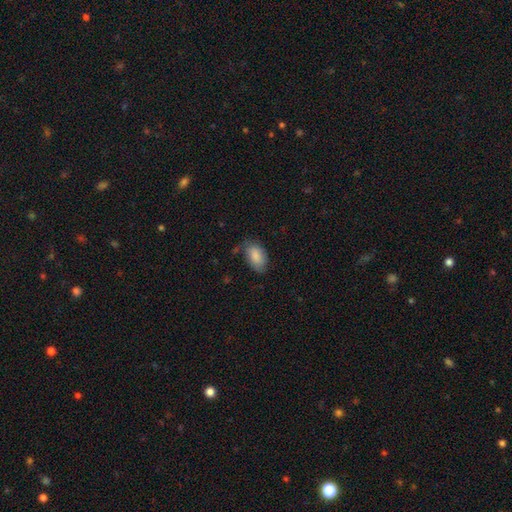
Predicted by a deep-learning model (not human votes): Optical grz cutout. It shows a smooth galaxy with no disk features (85%) that is in between round and cigar-shaped (93%). Merging: none (63%).